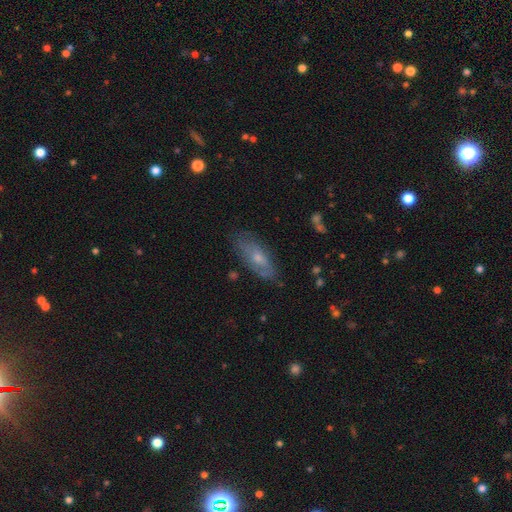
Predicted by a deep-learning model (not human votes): featured or disk 48%, smooth 43%, star or artifact 9%. Down the decision tree: merging — none (76%).